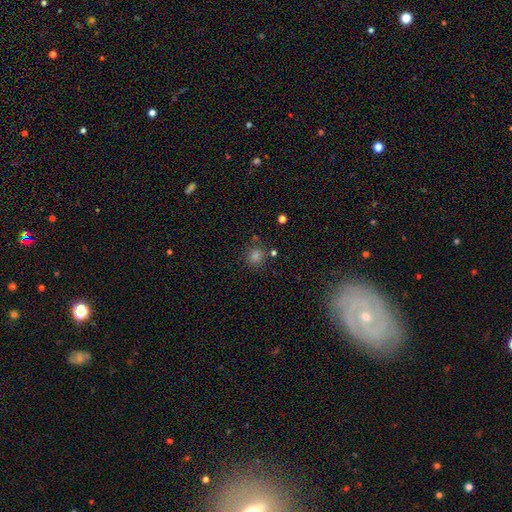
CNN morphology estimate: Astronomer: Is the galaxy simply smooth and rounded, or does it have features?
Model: smooth — 64%.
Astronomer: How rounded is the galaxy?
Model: round — 85%.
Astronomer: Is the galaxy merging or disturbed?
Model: none — 82%.